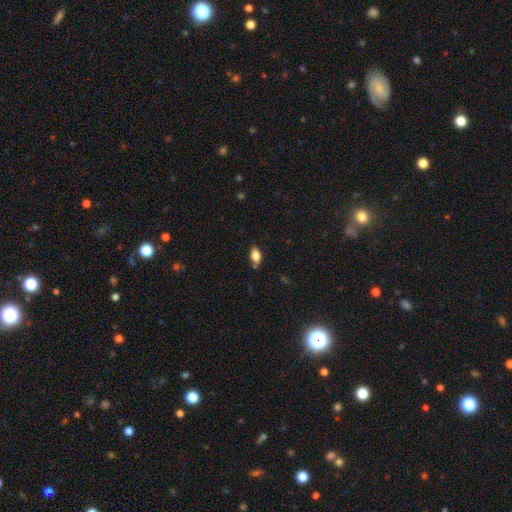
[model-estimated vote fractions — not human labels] Overall: smooth (81%). How rounded: in between (87%). Merging: none (76%).